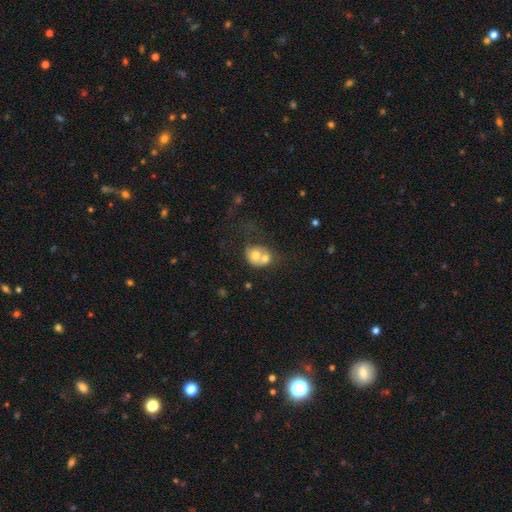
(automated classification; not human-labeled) Q: Smooth or featured?
A: smooth (62%); runner-up: featured or disk (29%)
Q: How rounded?
A: round (61%); runner-up: in between (38%)
Q: Merging?
A: merger (68%); runner-up: none (18%)